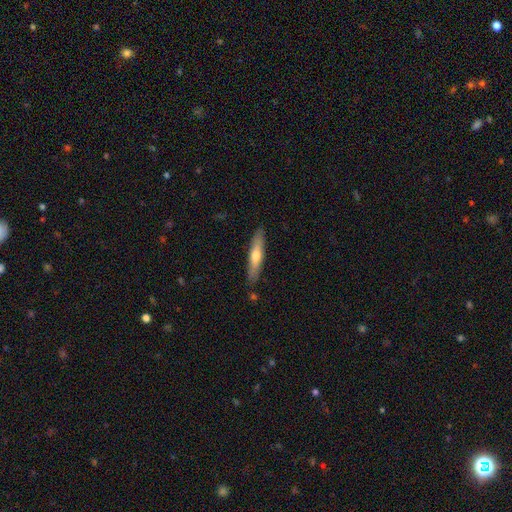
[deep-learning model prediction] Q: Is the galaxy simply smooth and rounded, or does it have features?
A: smooth — 53%.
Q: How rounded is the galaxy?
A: cigar-shaped — 84%.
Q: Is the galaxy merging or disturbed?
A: none — 87%.